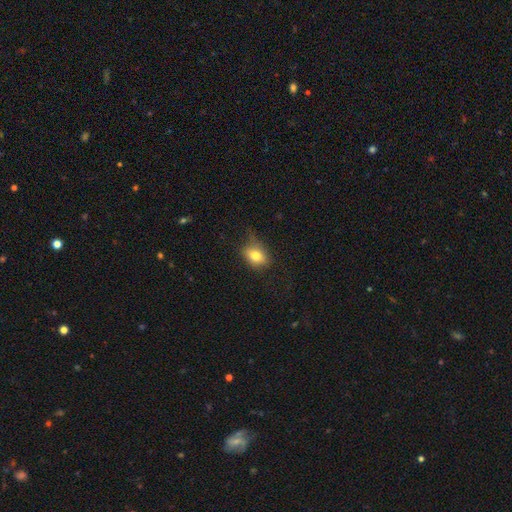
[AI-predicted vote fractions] This is likely a smooth galaxy (74%). How rounded: likely in between (65%). Merging: likely none (61%).